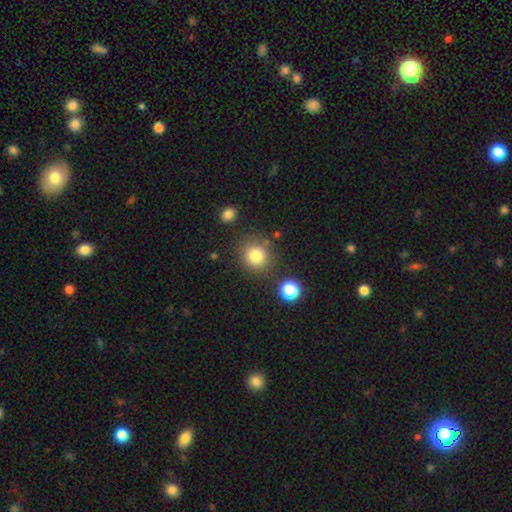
This appears to be a smooth galaxy with no disk features (79%) that is round (97%). Merging: none (80%).